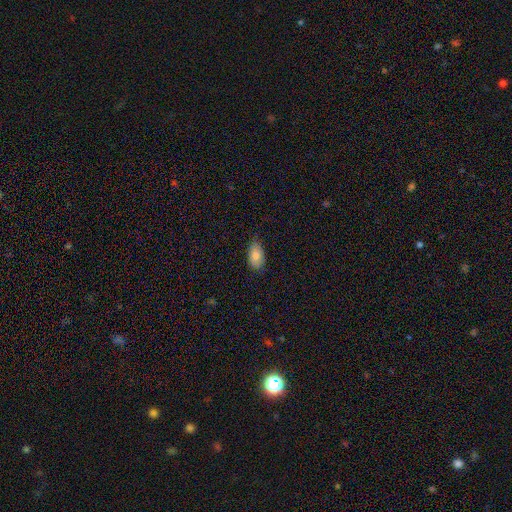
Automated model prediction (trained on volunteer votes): A smooth galaxy with no disk features (84%) that is in between round and cigar-shaped (93%). Merging: none (75%).